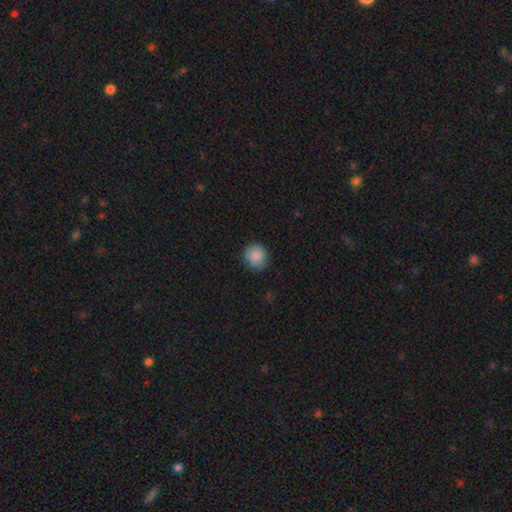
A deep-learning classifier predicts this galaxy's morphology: Smooth or featured? smooth (88%)
How rounded? round (87%)
Merging? none (83%)